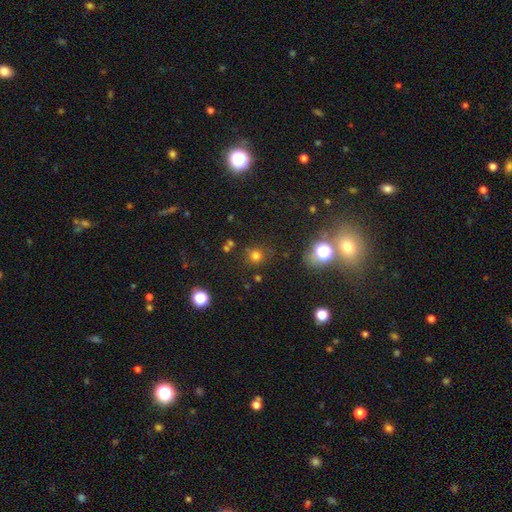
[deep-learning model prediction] Smooth or featured: smooth — 70% (star or artifact — 23%)
How rounded: round — 90% (in between — 9%)
Merging: none — 80% (minor disturbance — 11%)